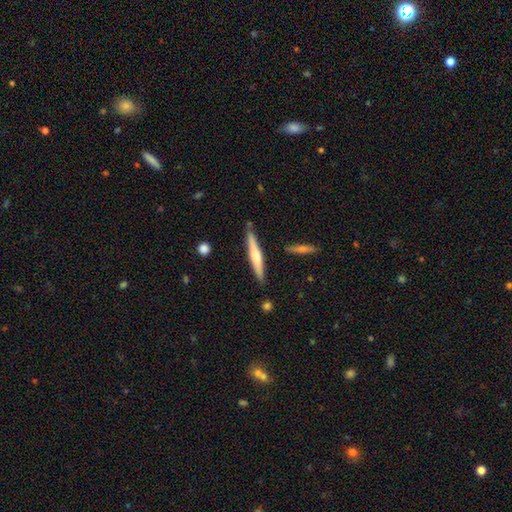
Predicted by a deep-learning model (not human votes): Smooth or featured: smooth — 52% (featured or disk — 42%)
How rounded: cigar-shaped — 93% (in between — 6%)
Merging: none — 82% (minor disturbance — 12%)